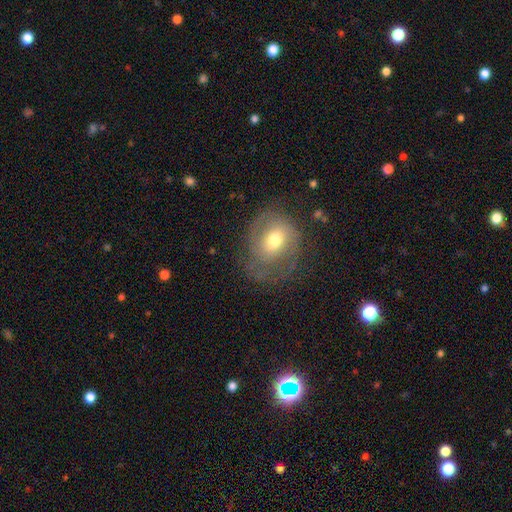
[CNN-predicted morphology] A featured or disk galaxy (49%).

Vote fractions:
- Smooth or featured? featured or disk: 49% / smooth: 32% / star or artifact: 19%
- Merging? none: 77% / minor disturbance: 14% / major disturbance: 7% / merger: 2%